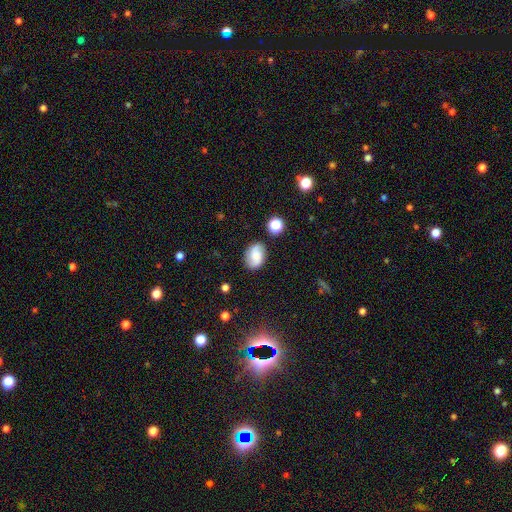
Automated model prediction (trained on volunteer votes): Morphology: type=smooth (62%); roundness=in between (75%); merging=none (79%).